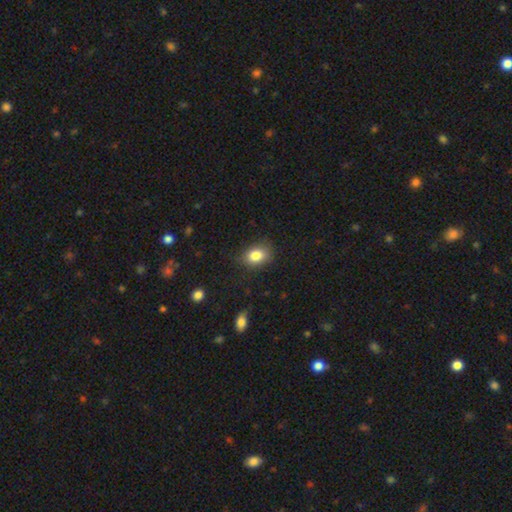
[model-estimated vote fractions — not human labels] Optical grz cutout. It shows a smooth galaxy with no disk features (83%) that is in between round and cigar-shaped (71%). Merging: none (75%).